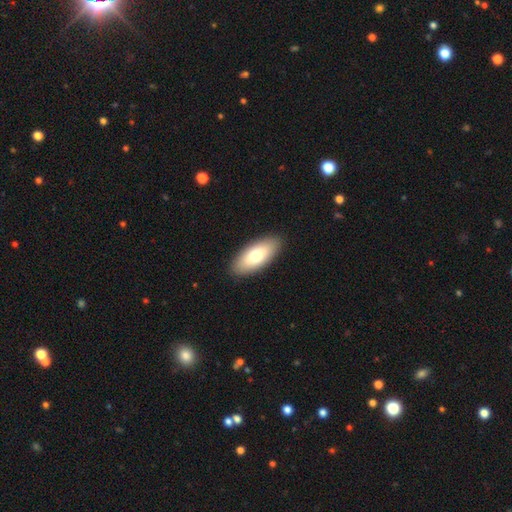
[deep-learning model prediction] Morphology: type=smooth (73%); roundness=in between (86%); merging=none (90%).